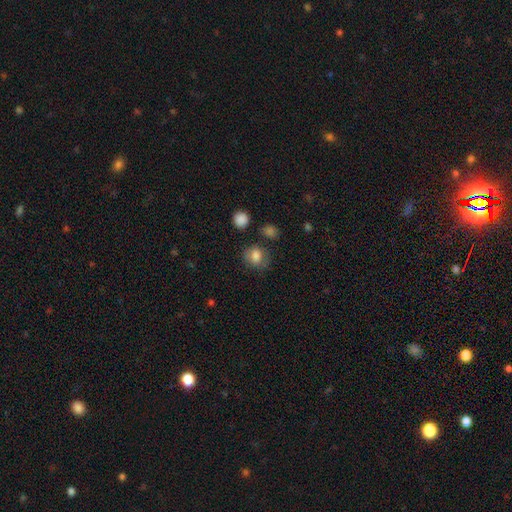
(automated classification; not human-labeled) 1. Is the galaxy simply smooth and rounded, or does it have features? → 79% smooth, 11% featured or disk, 11% star or artifact.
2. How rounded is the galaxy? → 61% round, 38% in between, 1% cigar-shaped.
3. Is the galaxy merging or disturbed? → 70% none, 18% minor disturbance, 7% major disturbance, 5% merger.